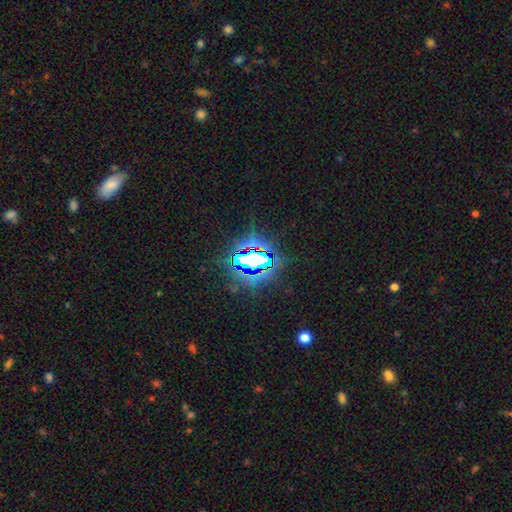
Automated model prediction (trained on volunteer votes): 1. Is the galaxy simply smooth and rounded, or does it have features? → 83% star or artifact, 10% smooth, 6% featured or disk.